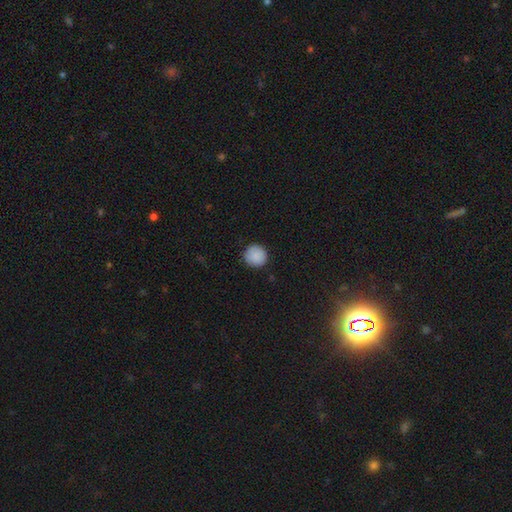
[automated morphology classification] Q: Smooth or featured?
A: smooth (89%); runner-up: star or artifact (8%)
Q: How rounded?
A: round (94%); runner-up: in between (5%)
Q: Merging?
A: none (89%); runner-up: minor disturbance (8%)